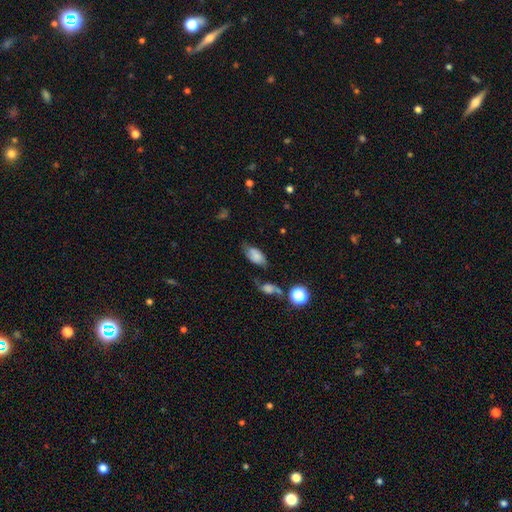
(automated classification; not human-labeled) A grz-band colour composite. It shows a smooth galaxy with no disk features (63%) that is in between round and cigar-shaped (90%). Merging: none (50%).